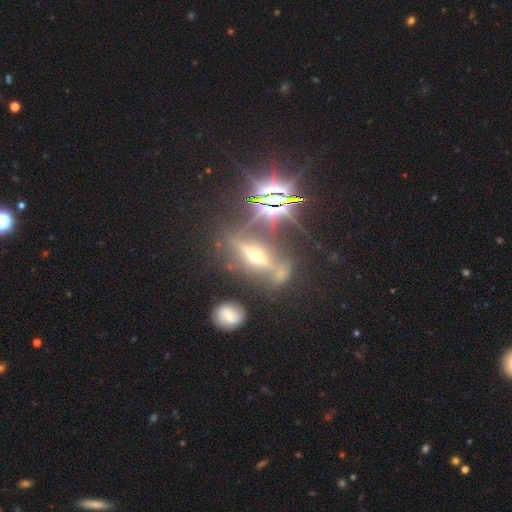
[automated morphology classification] type=featured or disk (50%); edge-on=yes (63%); merging=none (55%).